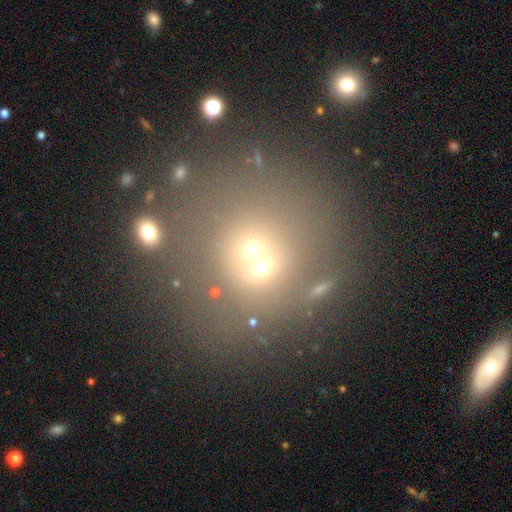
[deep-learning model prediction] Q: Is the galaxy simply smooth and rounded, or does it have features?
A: smooth — 51%.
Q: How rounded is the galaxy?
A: round — 88%.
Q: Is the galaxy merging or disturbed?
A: none — 58%.